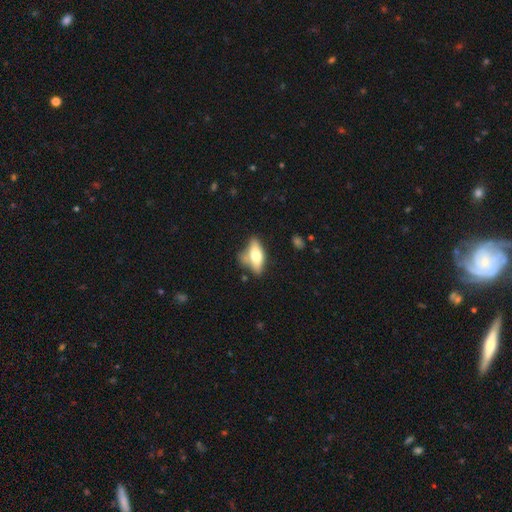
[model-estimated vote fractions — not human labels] Overall: smooth (61%; featured or disk 32%). How rounded: in between (79%). Merging: none (49%; minor disturbance 25%).